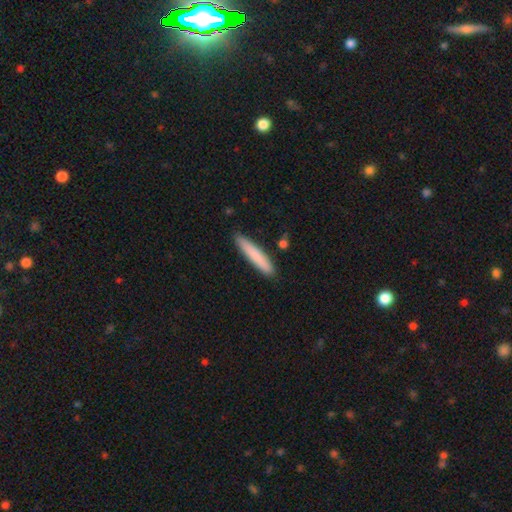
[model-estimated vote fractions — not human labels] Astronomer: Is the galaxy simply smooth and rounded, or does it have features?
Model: smooth — 80%.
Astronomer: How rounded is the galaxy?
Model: cigar-shaped — 92%.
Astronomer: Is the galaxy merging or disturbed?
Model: none — 87%.